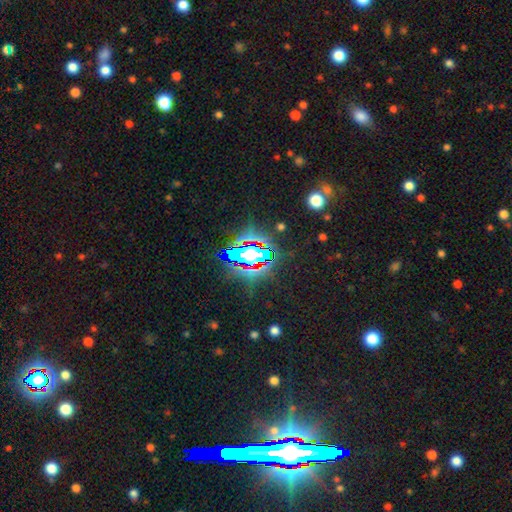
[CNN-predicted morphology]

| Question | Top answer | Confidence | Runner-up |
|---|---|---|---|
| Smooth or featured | star or artifact | 71% | smooth (17%) |